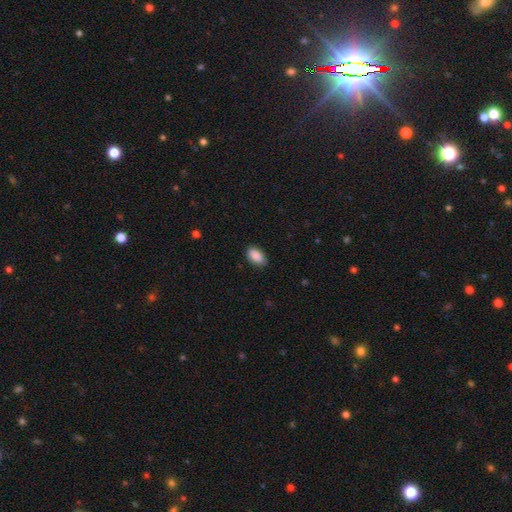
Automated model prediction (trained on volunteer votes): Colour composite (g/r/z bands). It shows a smooth galaxy with no disk features (90%) that is in between round and cigar-shaped (93%). Merging: none (81%).